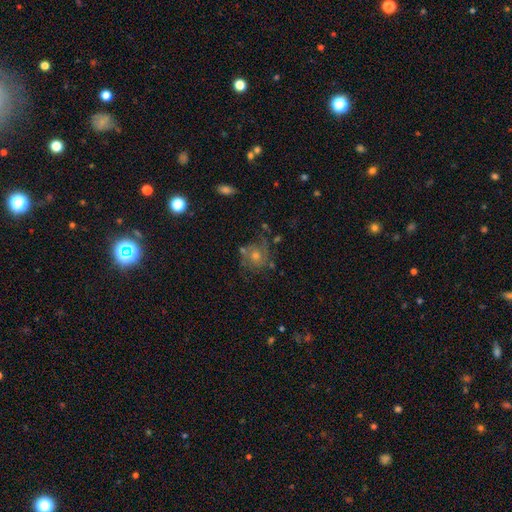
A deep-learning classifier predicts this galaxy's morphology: This appears to be a featured or disk galaxy (54%) with no bar (78%), spiral arms (80%) and a moderate central bulge (59%). Merging: none (66%).